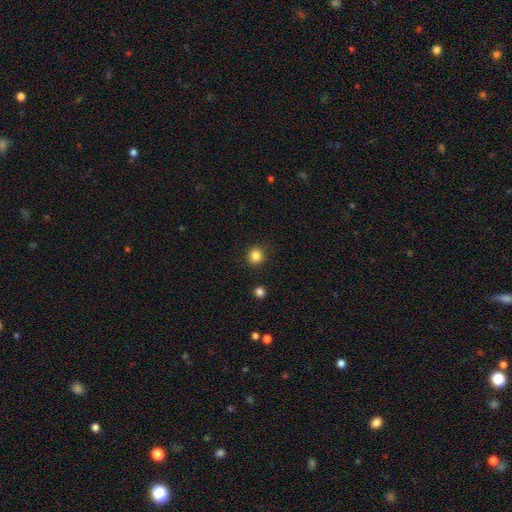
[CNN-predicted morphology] Smooth or featured? Predicted: smooth (p=0.84). How rounded? Predicted: round (p=0.92). Merging? Predicted: none (p=0.90).